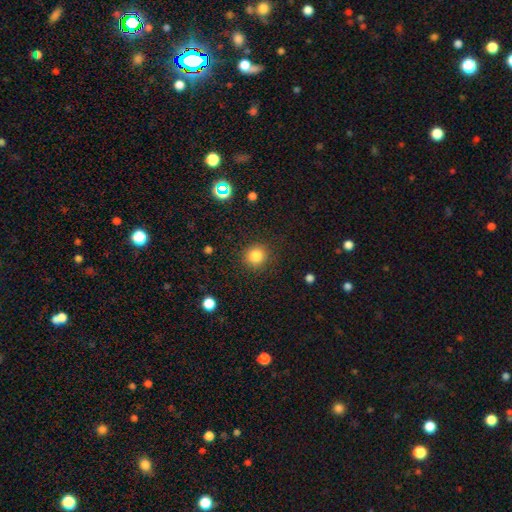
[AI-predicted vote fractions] The model was most divided on "smooth or featured": smooth: 83%, star or artifact: 12%, featured or disk: 5%. More confident: how rounded — round (91%); merging — none (89%).